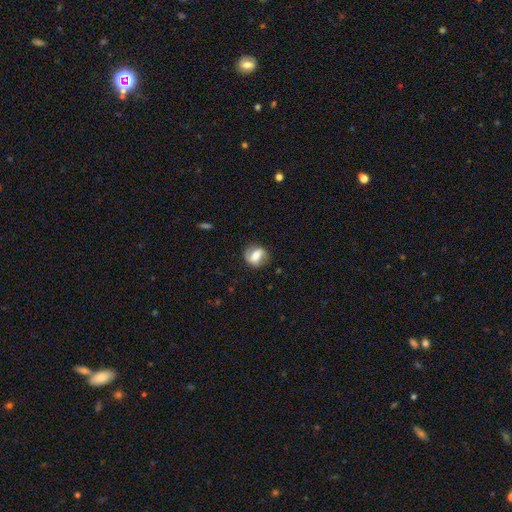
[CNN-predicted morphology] A featured or disk galaxy (54%) with a weak bar (38%), spiral arms (80%) and a moderate central bulge (50%). Merging: none (78%).